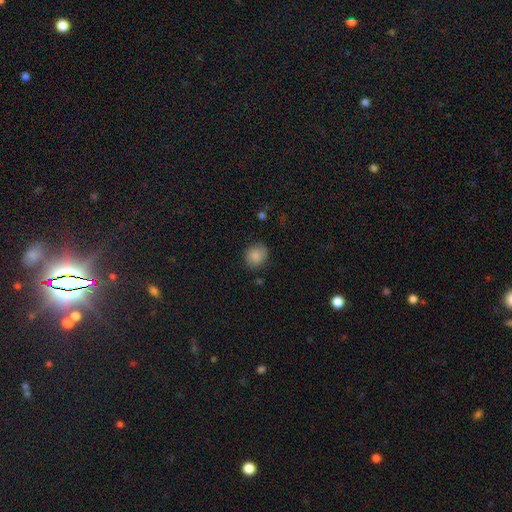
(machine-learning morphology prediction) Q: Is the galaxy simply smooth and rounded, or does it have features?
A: smooth — 85%.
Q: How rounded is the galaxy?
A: round — 73%.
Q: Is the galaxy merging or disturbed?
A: none — 78%.